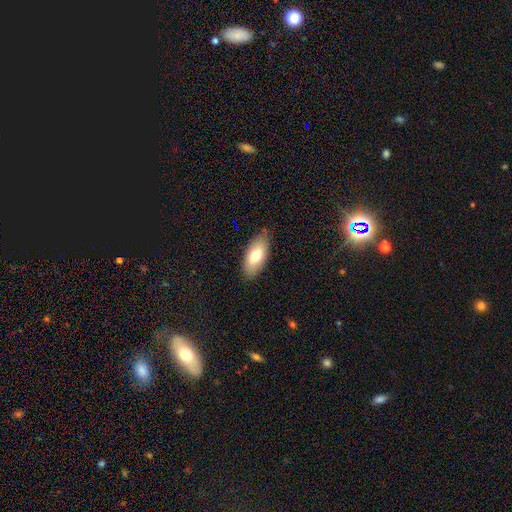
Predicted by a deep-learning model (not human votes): Smooth or featured?
  - smooth: 75% *
  - featured or disk: 18%
  - star or artifact: 6%
How rounded?
  - in between: 87% *
  - cigar-shaped: 10%
  - round: 2%
Merging?
  - none: 83% *
  - minor disturbance: 13%
  - major disturbance: 3%
  - merger: 1%